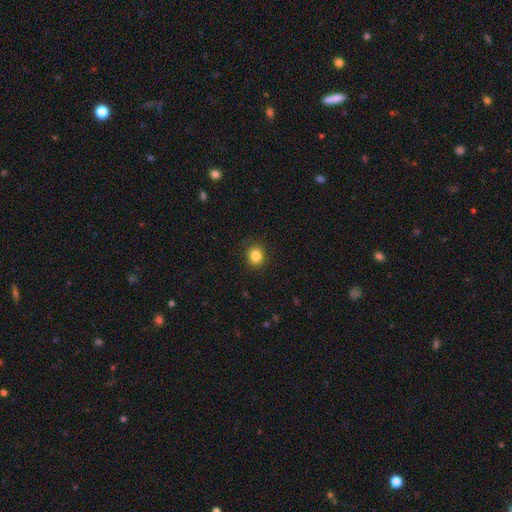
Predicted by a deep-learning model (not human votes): smooth-or-featured: smooth: 84% | star or artifact: 11% | featured or disk: 5%
  how-rounded: round: 82% | in between: 17% | cigar-shaped: 1%
  merging: none: 90% | minor disturbance: 7% | major disturbance: 2% | merger: 1%